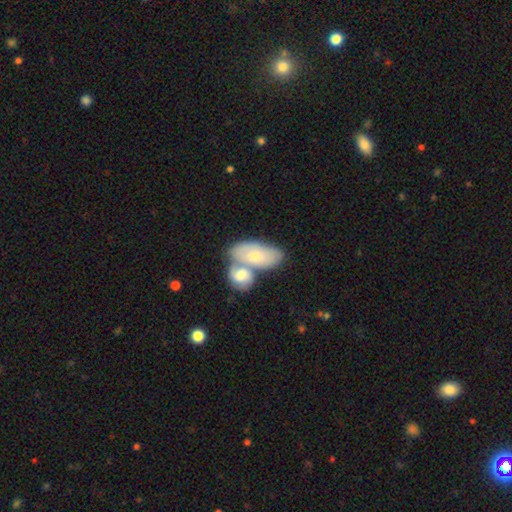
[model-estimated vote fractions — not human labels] Q: Smooth or featured?
A: smooth (59%); runner-up: featured or disk (36%)
Q: How rounded?
A: in between (89%); runner-up: round (6%)
Q: Merging?
A: merger (62%); runner-up: none (25%)